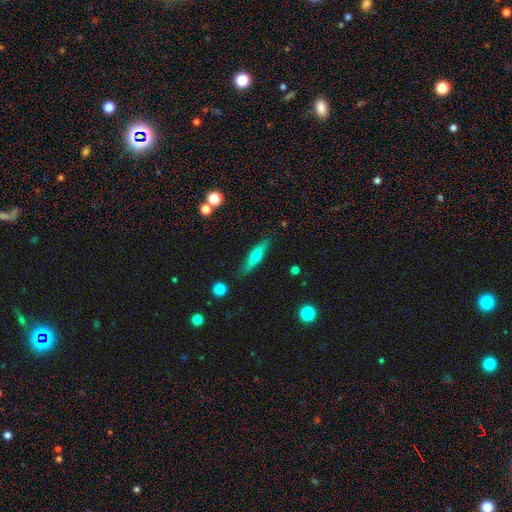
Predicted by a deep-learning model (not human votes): Morphology: type=smooth (55%); roundness=cigar-shaped (76%); merging=none (86%).